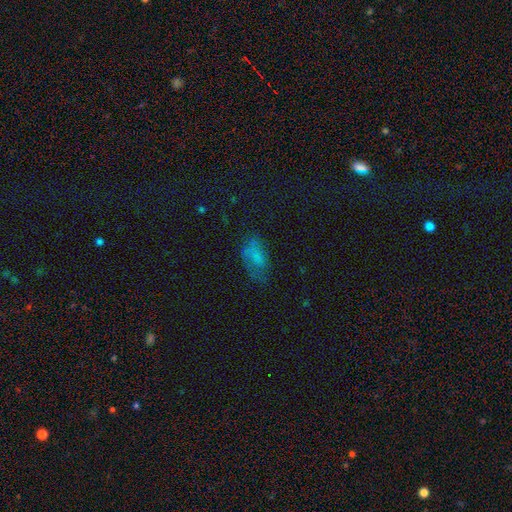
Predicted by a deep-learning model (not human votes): A smooth galaxy with no disk features (59%) that is in between round and cigar-shaped (89%).

Vote fractions:
- Smooth or featured? smooth: 59% / featured or disk: 23% / star or artifact: 18%
- How rounded? in between: 89% / round: 6% / cigar-shaped: 5%
- Merging? none: 49% / minor disturbance: 29% / major disturbance: 19% / merger: 3%